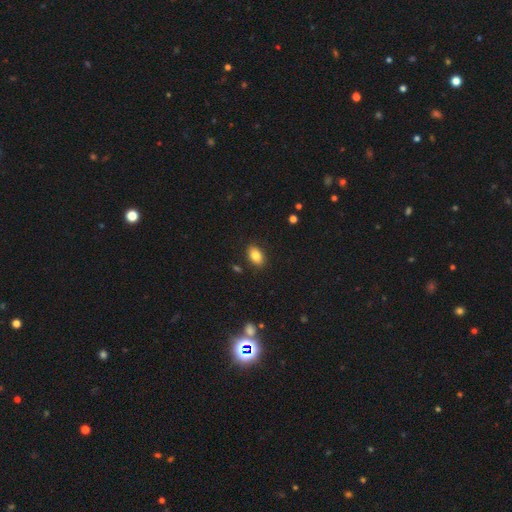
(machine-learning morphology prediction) This is clearly a smooth galaxy (84%). How rounded: clearly in between (88%). Merging: clearly none (87%).